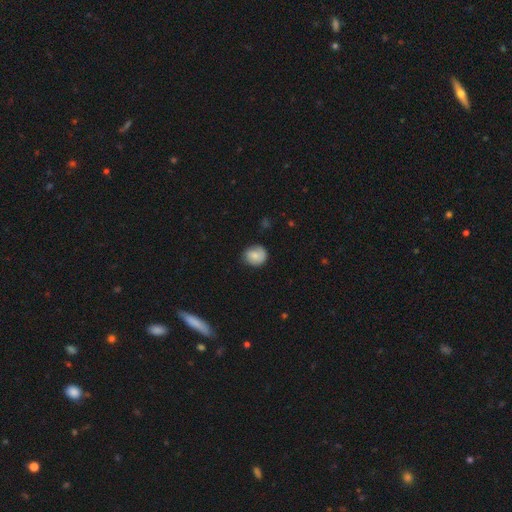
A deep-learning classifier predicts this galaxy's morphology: type=smooth (73%); roundness=round (74%); merging=none (71%).